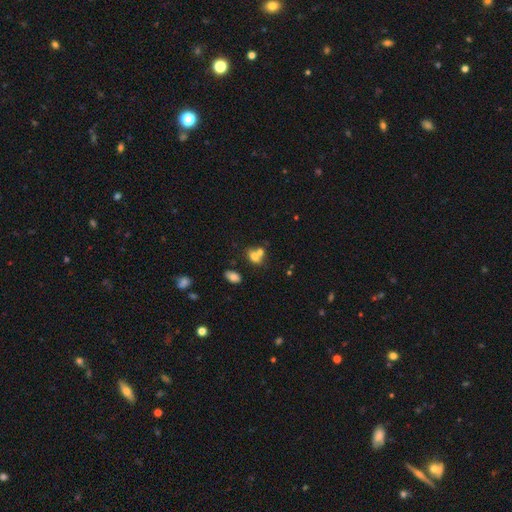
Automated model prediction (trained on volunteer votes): smooth-or-featured: smooth: 70% | featured or disk: 17% | star or artifact: 13%
  how-rounded: in between: 58% | round: 40% | cigar-shaped: 2%
  merging: merger: 55% | none: 33% | minor disturbance: 8% | major disturbance: 4%